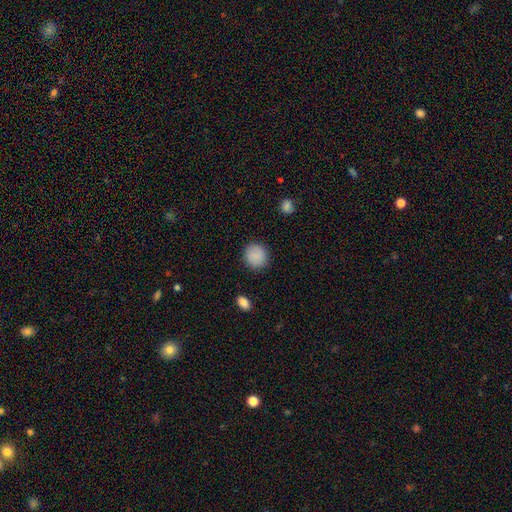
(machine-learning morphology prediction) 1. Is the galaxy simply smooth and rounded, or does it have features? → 88% smooth, 8% star or artifact, 4% featured or disk.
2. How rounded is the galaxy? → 89% round, 10% in between, 1% cigar-shaped.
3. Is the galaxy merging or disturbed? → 89% none, 8% minor disturbance, 3% major disturbance, 1% merger.